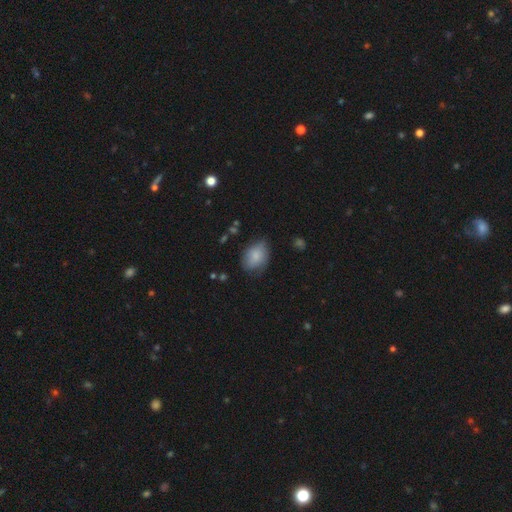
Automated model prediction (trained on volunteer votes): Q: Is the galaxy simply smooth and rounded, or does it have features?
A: smooth — 80%.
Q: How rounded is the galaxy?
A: in between — 76%.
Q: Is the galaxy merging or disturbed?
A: none — 63%.